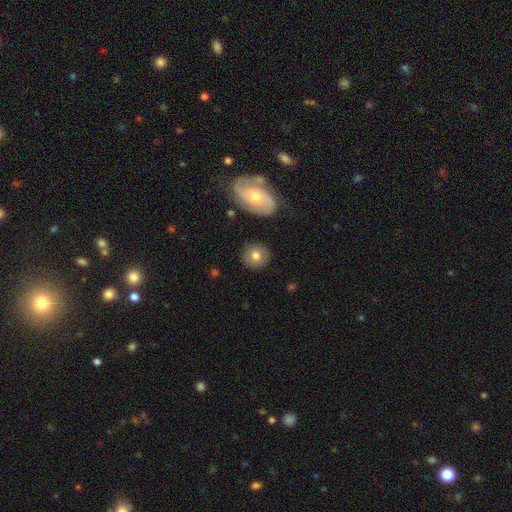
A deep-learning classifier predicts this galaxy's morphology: This is likely a smooth galaxy (73%). How rounded: clearly round (88%). Merging: clearly none (87%).